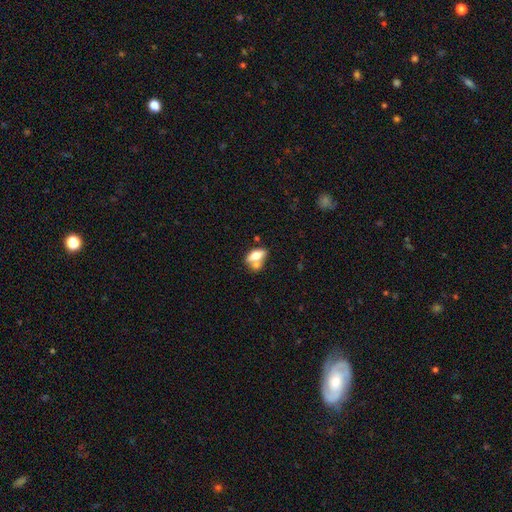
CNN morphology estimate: type=smooth (61%); roundness=in between (81%); merging=merger (45%).